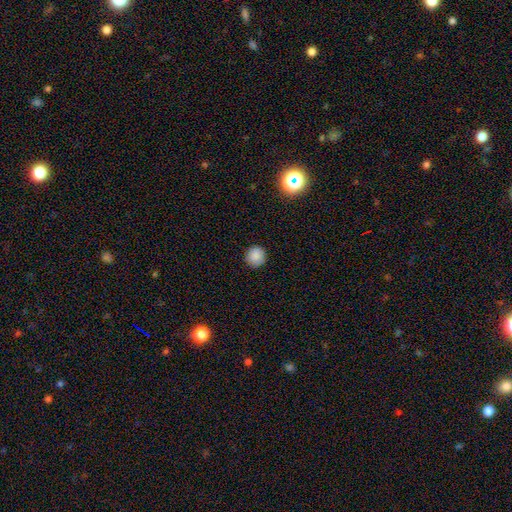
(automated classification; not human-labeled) This is clearly a smooth galaxy (87%). How rounded: clearly round (92%). Merging: clearly none (89%).